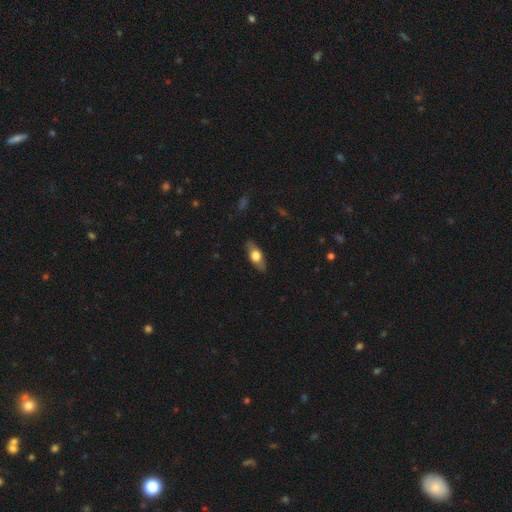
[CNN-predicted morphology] This is possibly a smooth galaxy (55%). How rounded: likely in between (72%). Merging: clearly none (85%).